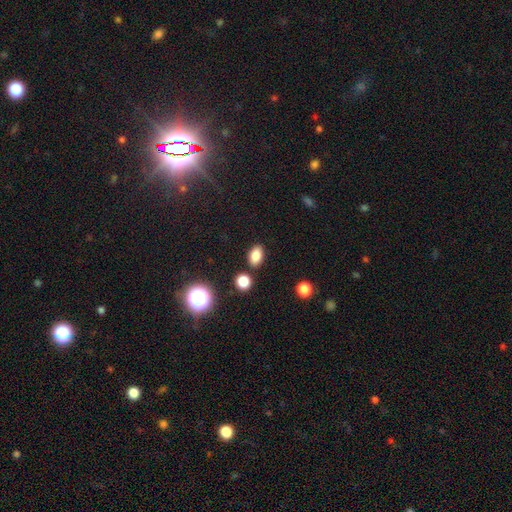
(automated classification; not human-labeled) The model was most divided on "how rounded": in between: 83%, round: 15%, cigar-shaped: 2%. More confident: merging — none (83%); smooth or featured — smooth (82%).